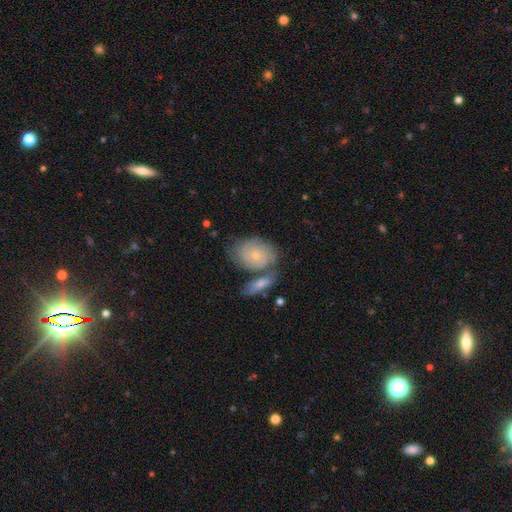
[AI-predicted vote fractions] Q: Smooth or featured?
A: featured or disk (50%); runner-up: smooth (43%)
Q: Merging?
A: none (43%); runner-up: merger (35%)